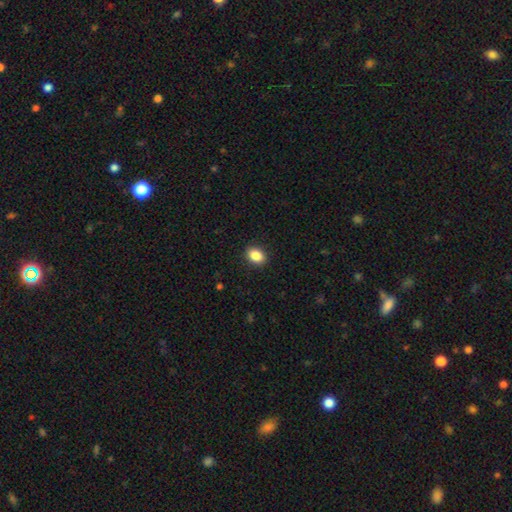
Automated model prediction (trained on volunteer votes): This is clearly a smooth galaxy (88%). How rounded: likely in between (74%). Merging: clearly none (90%).